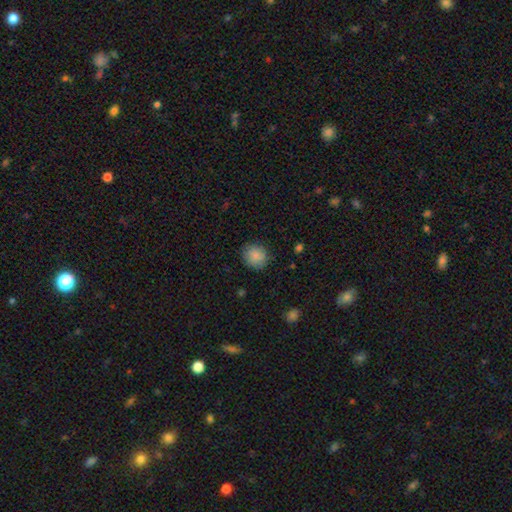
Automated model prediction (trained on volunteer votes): Q: Smooth or featured?
A: smooth (86%); runner-up: star or artifact (8%)
Q: How rounded?
A: round (82%); runner-up: in between (17%)
Q: Merging?
A: none (82%); runner-up: minor disturbance (13%)